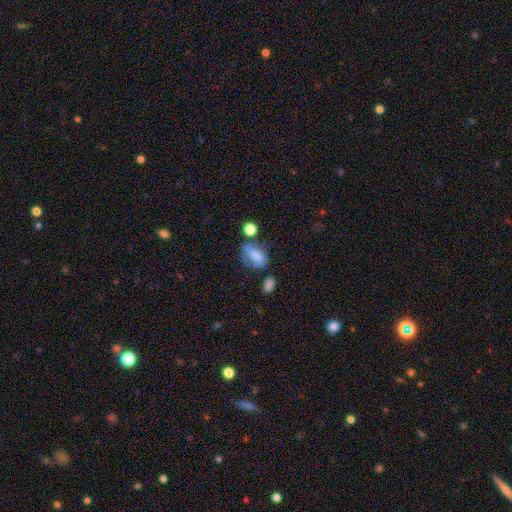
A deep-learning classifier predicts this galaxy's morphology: smooth_or_featured: smooth (p=0.71) [alt: featured or disk p=0.19]
how_rounded: in between (p=0.85) [alt: round p=0.11]
merging: none (p=0.41) [alt: minor disturbance p=0.27]